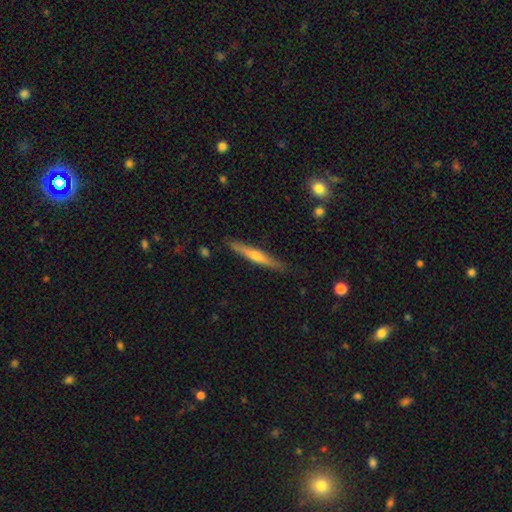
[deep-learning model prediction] smooth_or_featured: featured or disk (p=0.54) [alt: smooth p=0.40]
disk_edge_on: yes (p=0.96) [alt: no p=0.04]
edge_on_bulge: rounded (p=0.72) [alt: none p=0.22]
merging: none (p=0.86) [alt: minor disturbance p=0.10]